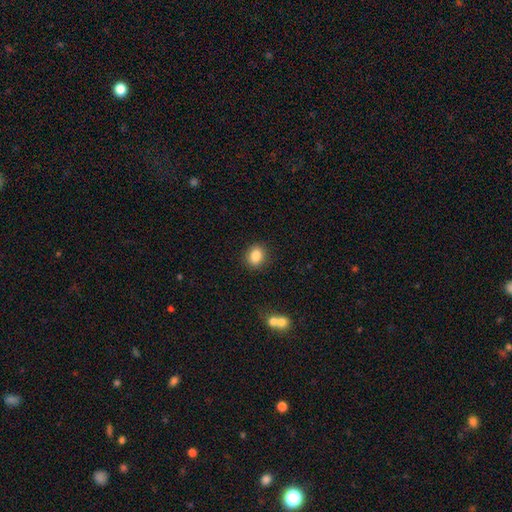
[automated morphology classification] Smooth or featured? Predicted: smooth (p=0.85). How rounded? Predicted: round (p=0.56). Merging? Predicted: none (p=0.88).